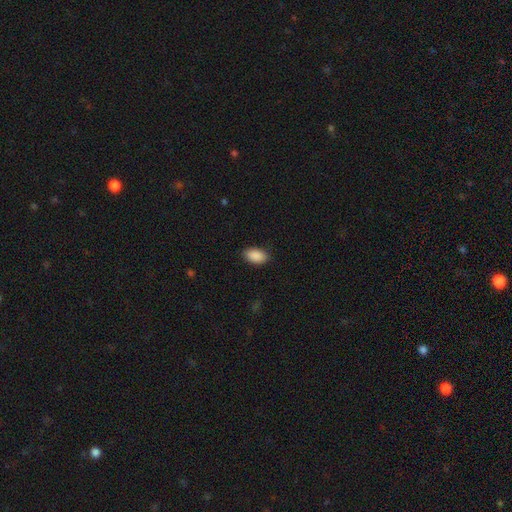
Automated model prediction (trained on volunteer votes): This is clearly a smooth galaxy (91%). How rounded: clearly in between (93%). Merging: clearly none (87%).